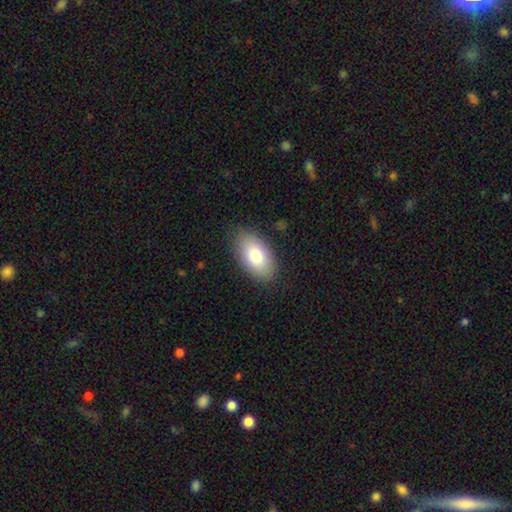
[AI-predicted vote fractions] Overall: smooth (78%). How rounded: in between (94%). Merging: none (85%).